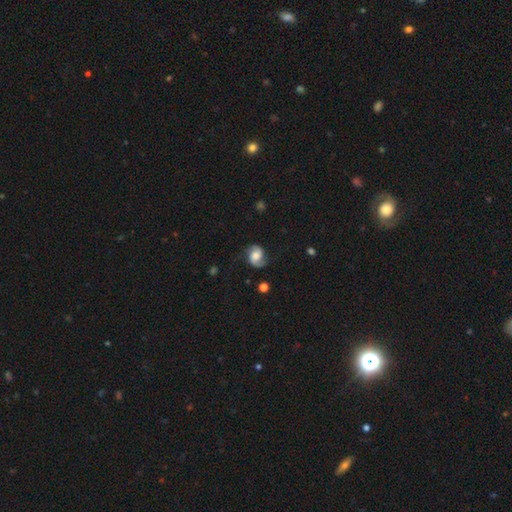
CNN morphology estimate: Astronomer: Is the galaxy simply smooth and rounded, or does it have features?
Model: featured or disk — 65%.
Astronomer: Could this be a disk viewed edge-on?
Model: no — 98%.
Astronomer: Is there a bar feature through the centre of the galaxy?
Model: no — 57% (runner-up: weak, 34%).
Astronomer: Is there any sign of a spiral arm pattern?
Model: yes — 93%.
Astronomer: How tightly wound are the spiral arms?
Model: medium — 44% (runner-up: loose, 35%).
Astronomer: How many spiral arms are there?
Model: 2 — 80%.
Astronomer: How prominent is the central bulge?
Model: large — 37% (runner-up: moderate, 34%).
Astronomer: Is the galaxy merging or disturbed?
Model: none — 64%.